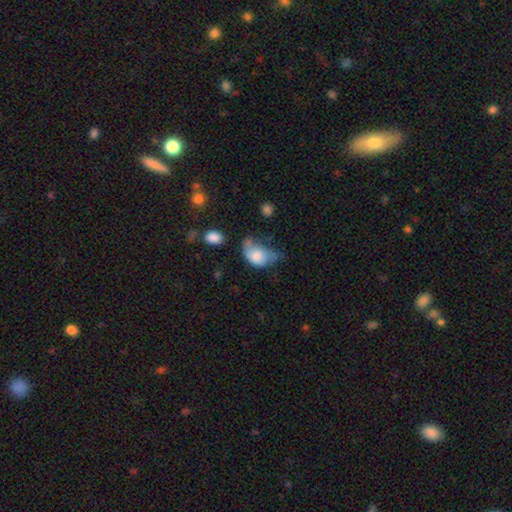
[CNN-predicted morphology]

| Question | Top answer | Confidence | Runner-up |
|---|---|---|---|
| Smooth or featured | smooth | 69% | featured or disk (23%) |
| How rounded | in between | 83% | round (16%) |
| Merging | major disturbance | 36% | minor disturbance (33%) |